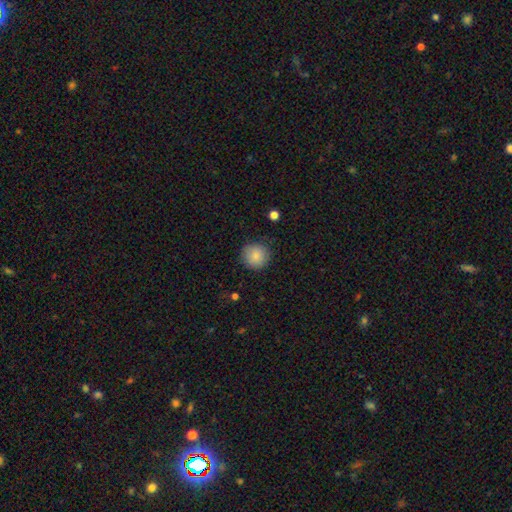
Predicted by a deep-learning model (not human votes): Smooth or featured: smooth — 86% (star or artifact — 8%)
How rounded: round — 94% (in between — 5%)
Merging: none — 86% (minor disturbance — 10%)